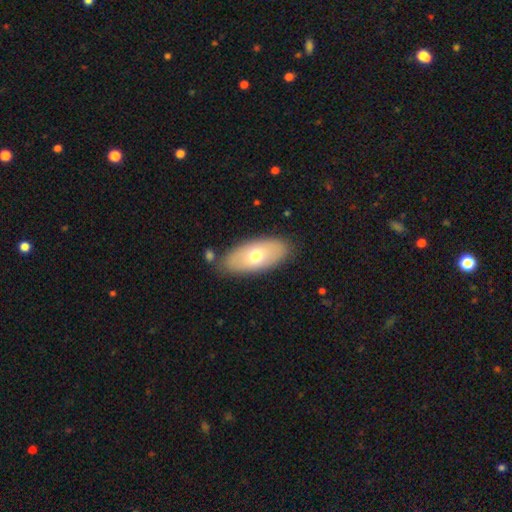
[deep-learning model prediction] Smooth or featured? smooth (64%)
How rounded? in between (89%)
Merging? none (82%)